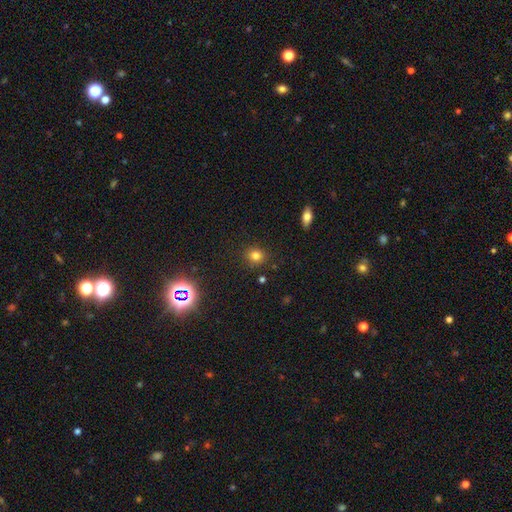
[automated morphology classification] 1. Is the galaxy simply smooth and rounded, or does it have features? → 79% smooth, 15% star or artifact, 6% featured or disk.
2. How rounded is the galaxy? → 79% round, 19% in between, 1% cigar-shaped.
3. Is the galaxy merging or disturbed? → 87% none, 9% minor disturbance, 3% major disturbance, 2% merger.